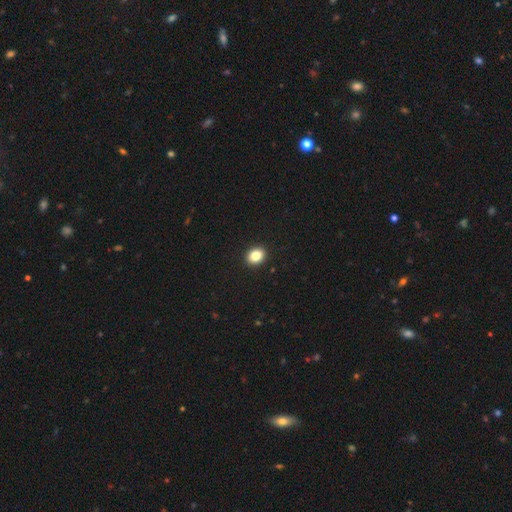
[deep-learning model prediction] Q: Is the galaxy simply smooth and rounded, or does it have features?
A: smooth — 85%.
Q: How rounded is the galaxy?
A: round — 50%, tied with in between.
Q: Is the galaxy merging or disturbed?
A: none — 92%.